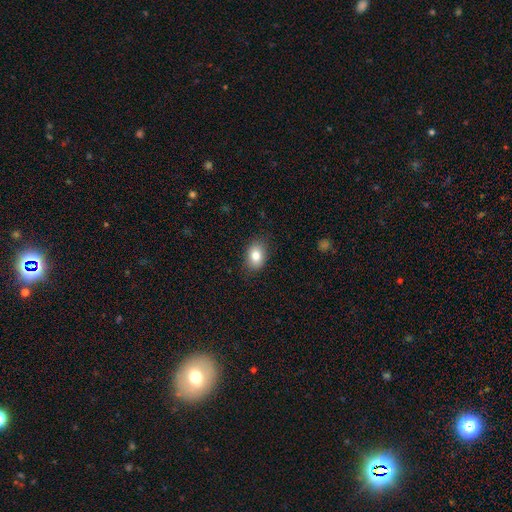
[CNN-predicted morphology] A smooth galaxy with no disk features (82%) that is in between round and cigar-shaped (73%). Merging: none (84%).